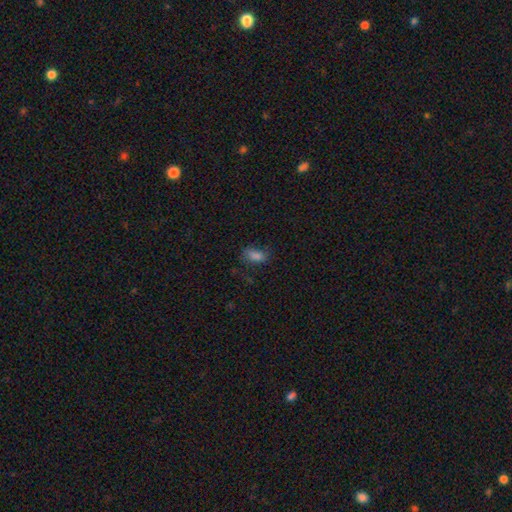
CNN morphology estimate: A smooth galaxy with no disk features (80%) that is in between round and cigar-shaped (89%).

Vote fractions:
- Smooth or featured? smooth: 80% / star or artifact: 12% / featured or disk: 8%
- How rounded? in between: 89% / round: 6% / cigar-shaped: 5%
- Merging? none: 62% / minor disturbance: 25% / major disturbance: 11% / merger: 2%